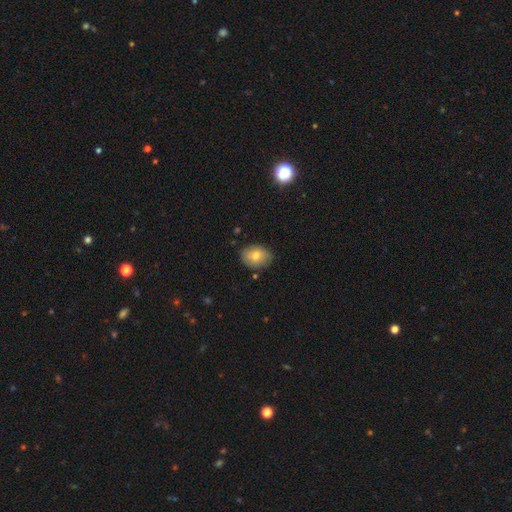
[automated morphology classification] A smooth galaxy with no disk features (74%) that is in between round and cigar-shaped (71%). Merging: none (82%).